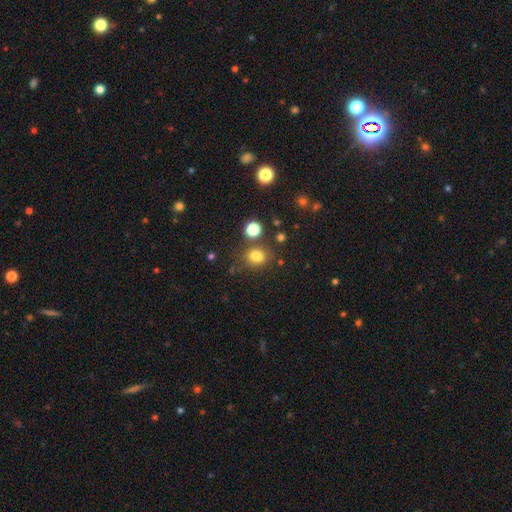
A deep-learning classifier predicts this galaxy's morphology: type=smooth (75%); roundness=round (59%); merging=none (66%).